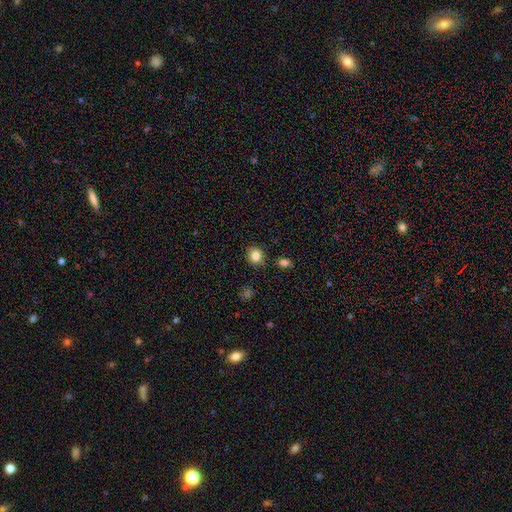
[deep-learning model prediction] A smooth galaxy with no disk features (83%) that is round (80%). Merging: none (84%).